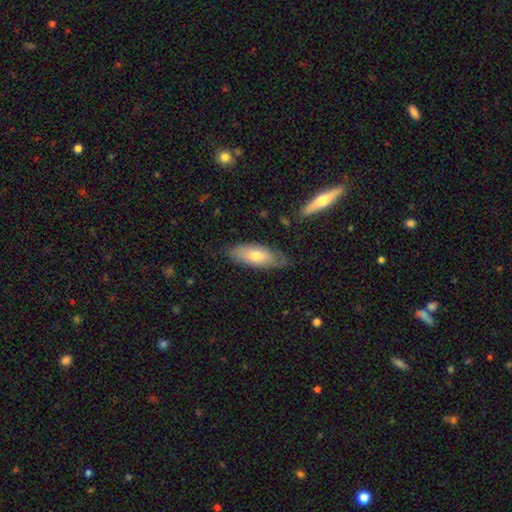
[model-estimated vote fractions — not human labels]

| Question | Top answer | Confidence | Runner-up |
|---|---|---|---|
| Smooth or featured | smooth | 64% | featured or disk (30%) |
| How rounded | in between | 76% | cigar-shaped (22%) |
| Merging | none | 71% | minor disturbance (23%) |